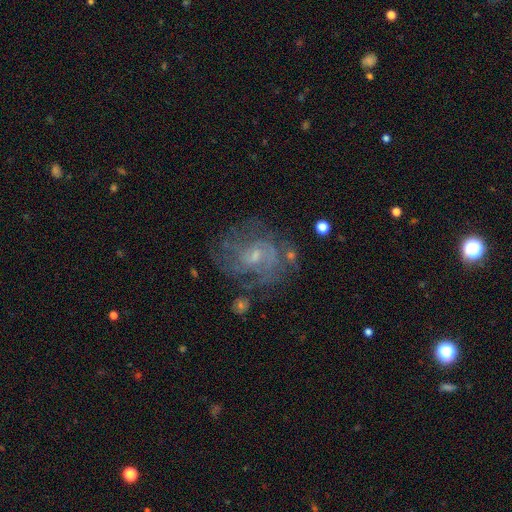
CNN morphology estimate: A featured or disk galaxy (76%) with no bar (52%), medium (42%, tied with tight) spiral arms (84%) and a small central bulge (64%).

Vote fractions:
- Smooth or featured? featured or disk: 76% / smooth: 14% / star or artifact: 10%
- Edge-on disk? no: 97% / yes: 3%
- Bar? no: 52% / weak: 41% / strong: 6%
- Spiral arms? yes: 84% / no: 16%
- Spiral winding? medium: 42% (tied) / tight: 42% (tied) / loose: 16%
- Spiral arm count? can't tell: 40% / 2: 28% / 3: 16% / 4: 7% / 1: 5% / more than 4: 4%
- Bulge size? small: 64% / moderate: 28% / none: 6% / large: 2% / dominant: 1%
- Merging? none: 65% / minor disturbance: 18% / major disturbance: 13% / merger: 4%